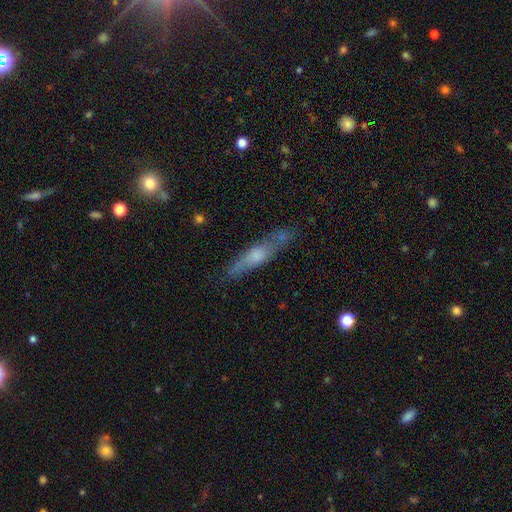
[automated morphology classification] This is possibly a smooth galaxy (49%). Merging: likely none (68%).